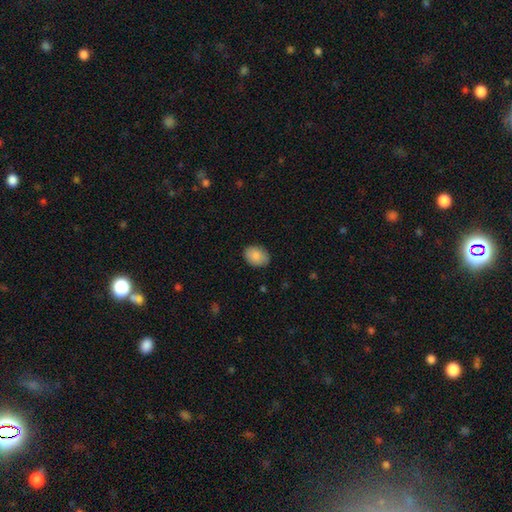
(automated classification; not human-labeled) Smooth or featured?
  - smooth: 87% *
  - star or artifact: 7%
  - featured or disk: 6%
How rounded?
  - in between: 73% *
  - round: 26%
  - cigar-shaped: 1%
Merging?
  - none: 84% *
  - minor disturbance: 13%
  - major disturbance: 2%
  - merger: 1%